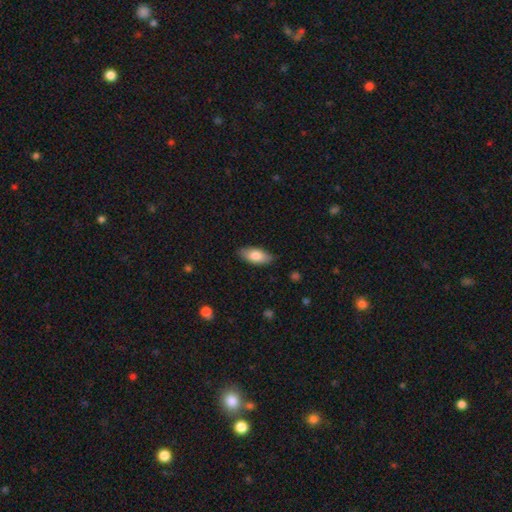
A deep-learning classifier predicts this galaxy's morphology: Smooth or featured? smooth (79%)
How rounded? in between (87%)
Merging? none (85%)